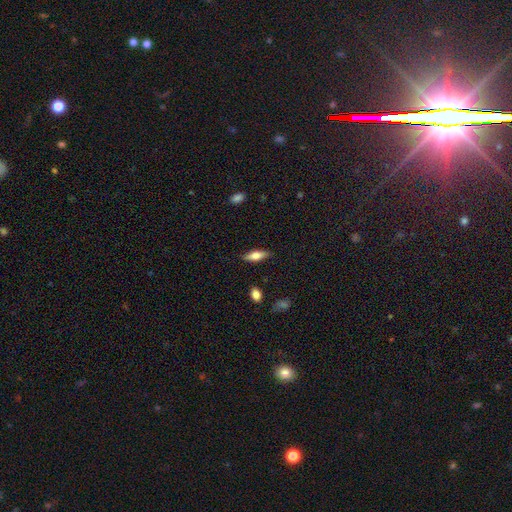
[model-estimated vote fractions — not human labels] smooth 60%, featured or disk 33%, star or artifact 7%. Down the decision tree: how rounded — in between (57%); merging — none (85%).